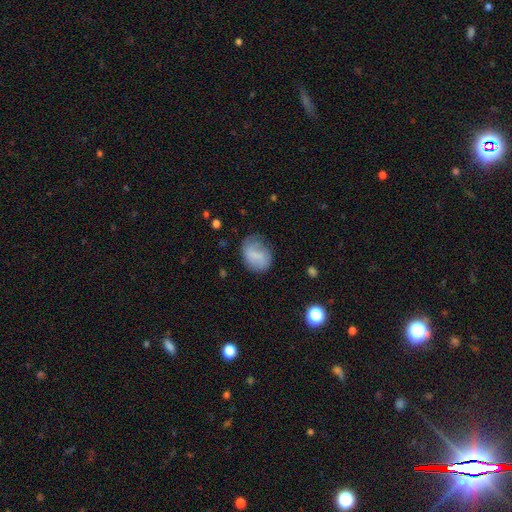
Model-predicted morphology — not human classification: smooth-or-featured: smooth: 66% | featured or disk: 26% | star or artifact: 8%
  how-rounded: in between: 60% | round: 39% | cigar-shaped: 1%
  merging: none: 56% | minor disturbance: 29% | major disturbance: 13% | merger: 2%